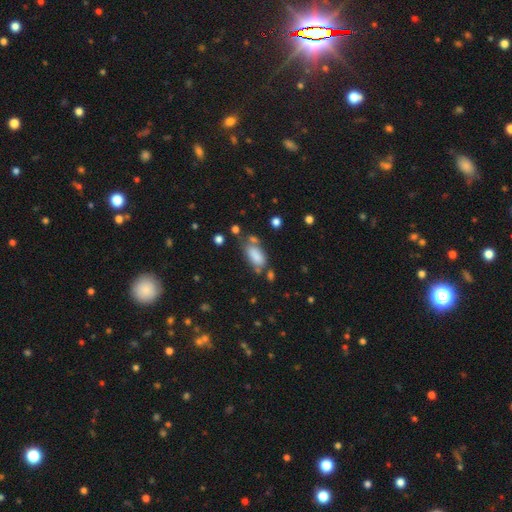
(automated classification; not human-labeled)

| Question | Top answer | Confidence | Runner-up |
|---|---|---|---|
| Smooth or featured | smooth | 82% | featured or disk (10%) |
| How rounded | in between | 89% | cigar-shaped (7%) |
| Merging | none | 48% | minor disturbance (24%) |